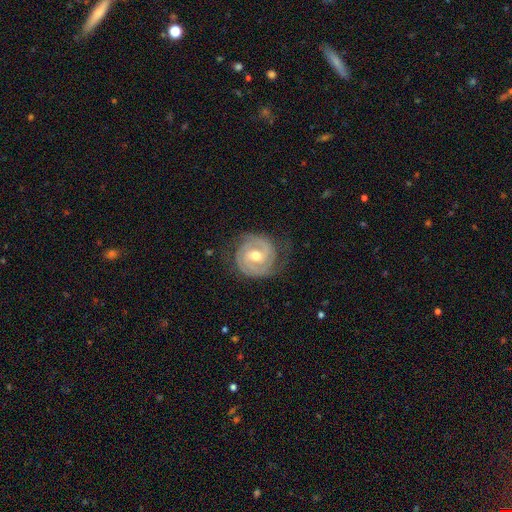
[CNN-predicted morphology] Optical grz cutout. It shows a featured or disk galaxy (89%) with a weak bar (48%), 2 (80%) tight (73%) spiral arms (97%) and a moderate central bulge (73%). Merging: none (78%).